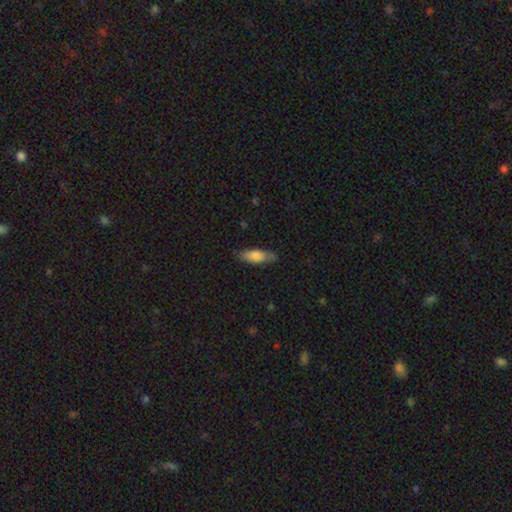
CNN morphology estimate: This is likely a smooth galaxy (76%). How rounded: possibly in between (53%). Merging: likely none (80%).